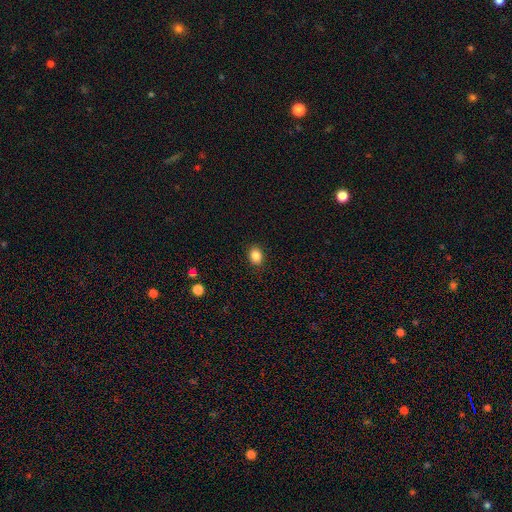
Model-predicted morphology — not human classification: The model was most divided on "how rounded": in between: 55%, round: 44%, cigar-shaped: 1%. More confident: merging — none (89%); smooth or featured — smooth (86%).